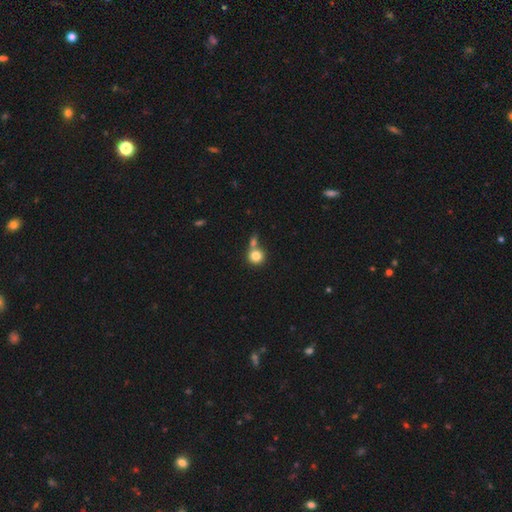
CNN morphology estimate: A smooth galaxy with no disk features (82%) that is round (90%). Merging: none (51%).